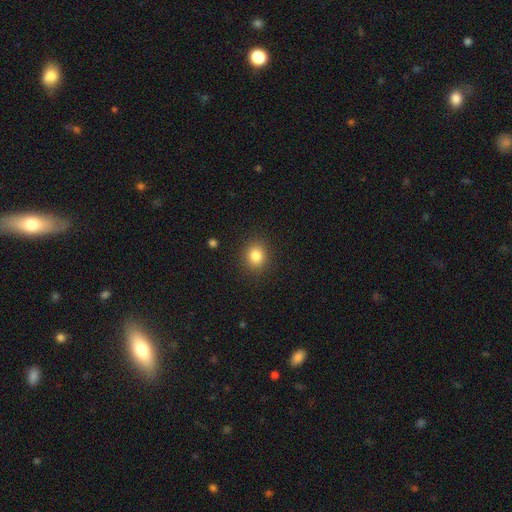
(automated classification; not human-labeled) Smooth or featured? smooth (83%)
How rounded? round (75%)
Merging? none (89%)